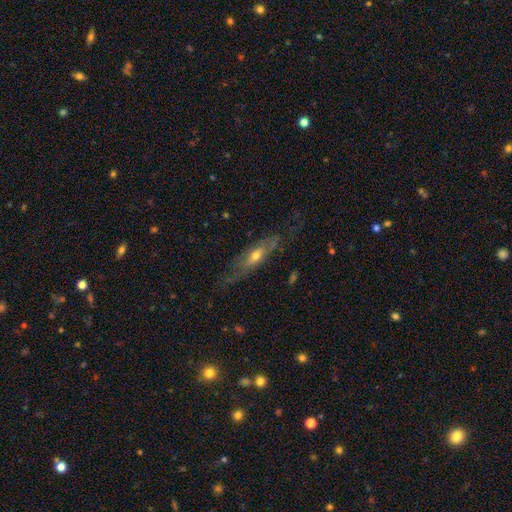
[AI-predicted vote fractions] This is likely a featured or disk galaxy (61%). It is possibly not viewed edge-on (50%, tied with yes). Merging: likely none (63%).